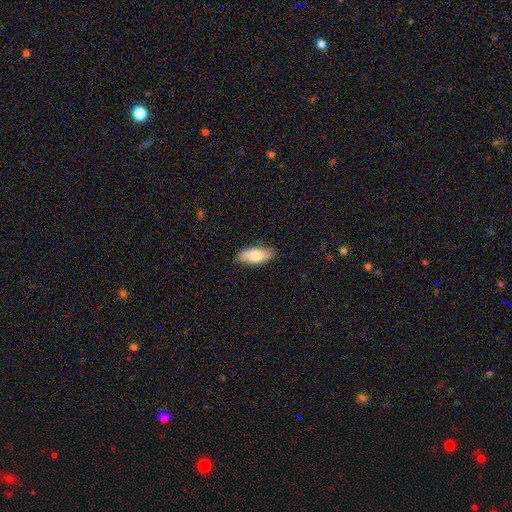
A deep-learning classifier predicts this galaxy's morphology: The model was most divided on "smooth or featured": smooth: 74%, featured or disk: 21%, star or artifact: 6%. More confident: how rounded — in between (86%); merging — none (85%).